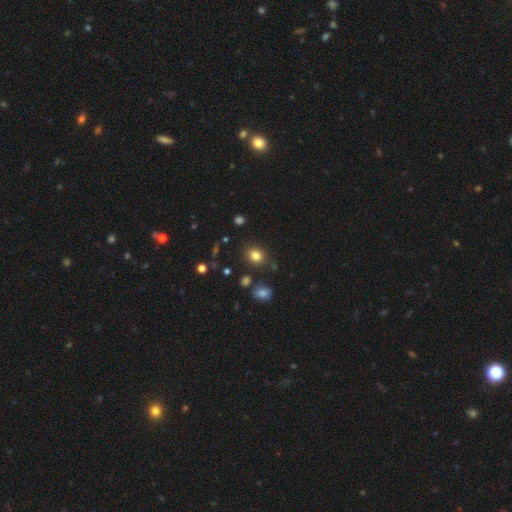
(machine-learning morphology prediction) The model was most divided on "how rounded": round: 61%, in between: 38%, cigar-shaped: 1%. More confident: merging — none (82%); smooth or featured — smooth (81%).